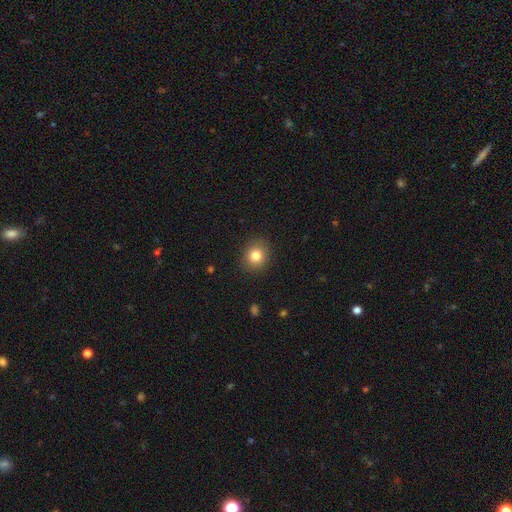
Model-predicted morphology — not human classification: Smooth or featured: smooth — 82% (star or artifact — 11%)
How rounded: round — 79% (in between — 20%)
Merging: none — 90% (minor disturbance — 7%)